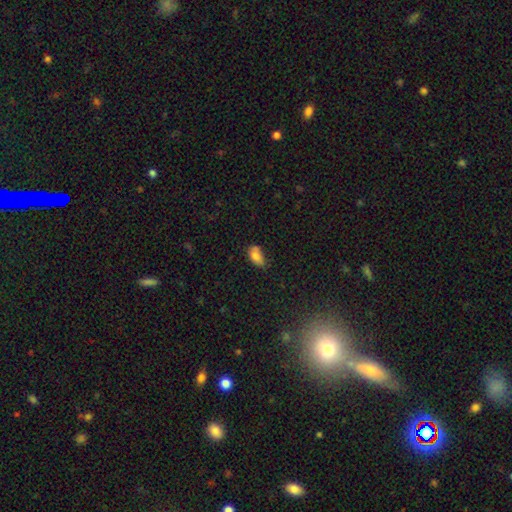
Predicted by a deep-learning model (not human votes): The model was most divided on "merging": none: 54%, minor disturbance: 29%, merger: 10%, major disturbance: 7%. More confident: how rounded — in between (90%); smooth or featured — smooth (78%).